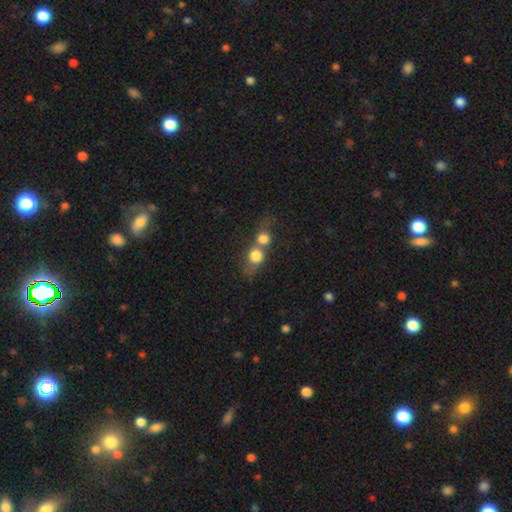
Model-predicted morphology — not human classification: The model was most divided on "merging": merger: 66%, none: 22%, minor disturbance: 6%, major disturbance: 6%. More confident: smooth or featured — smooth (76%); how rounded — round (74%).